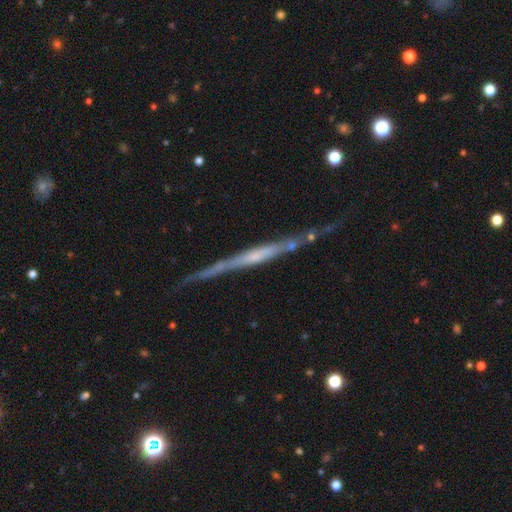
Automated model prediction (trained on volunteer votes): featured or disk 76%, smooth 17%, star or artifact 7%. Down the decision tree: edge-on disk — yes (95%); edge-on bulge — none (61%); merging — none (76%).